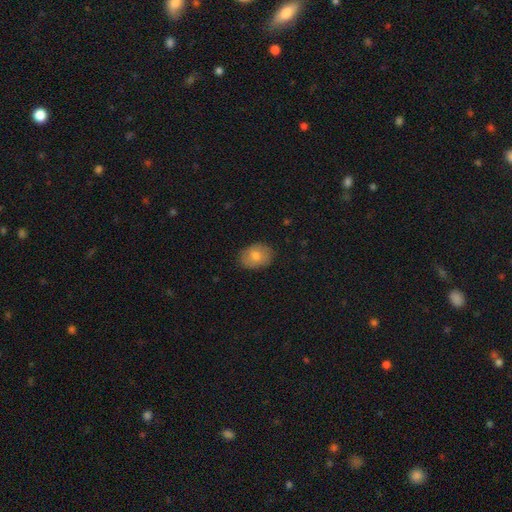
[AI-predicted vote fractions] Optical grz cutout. It shows a smooth galaxy with no disk features (74%) that is in between round and cigar-shaped (70%). Merging: none (86%).